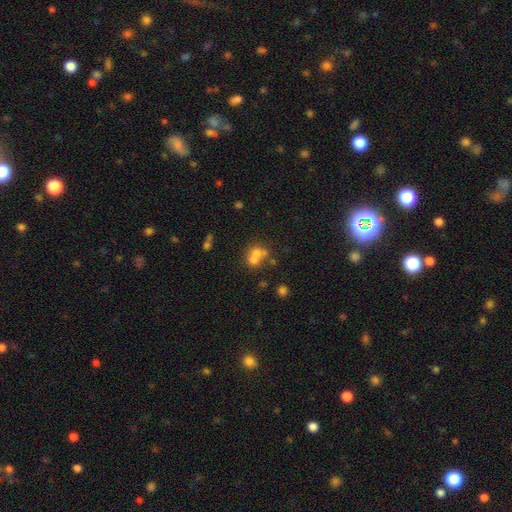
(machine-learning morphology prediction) A smooth galaxy with no disk features (59%) that is round (70%). Merging: merger (60%).